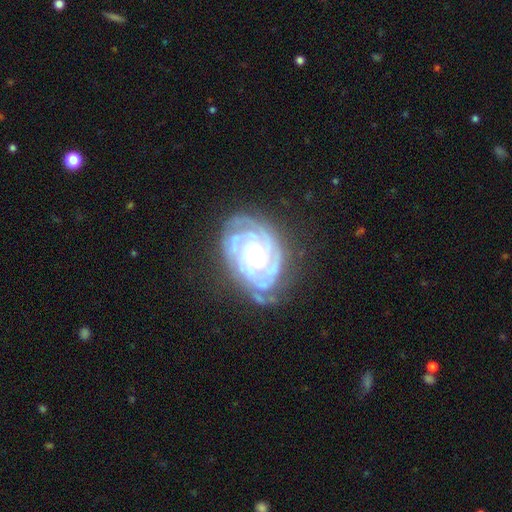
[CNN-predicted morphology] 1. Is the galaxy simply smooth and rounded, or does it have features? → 91% featured or disk, 5% smooth, 5% star or artifact.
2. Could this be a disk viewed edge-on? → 97% no, 3% yes.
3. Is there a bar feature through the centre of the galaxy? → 73% no, 19% weak, 7% strong.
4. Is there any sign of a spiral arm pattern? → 98% yes, 2% no.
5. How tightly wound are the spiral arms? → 77% tight, 20% medium, 3% loose.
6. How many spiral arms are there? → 35% 3, 19% 2, 19% can't tell, 15% 4, 6% more than 4, 6% 1.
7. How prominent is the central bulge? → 70% moderate, 15% small, 13% large, 1% dominant, 1% none.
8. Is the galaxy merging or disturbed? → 70% none, 21% minor disturbance, 7% major disturbance, 1% merger.